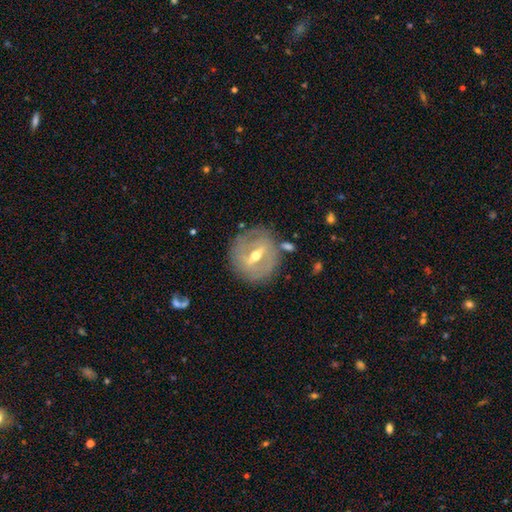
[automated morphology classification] Smooth or featured: featured or disk — 76% (smooth — 17%)
Edge-on disk: no — 86% (yes — 14%)
Bar: strong — 54% (weak — 35%)
Spiral arms: no — 50% (tied with yes — 50%)
Bulge size: moderate — 65% (small — 31%)
Merging: none — 79% (minor disturbance — 13%)